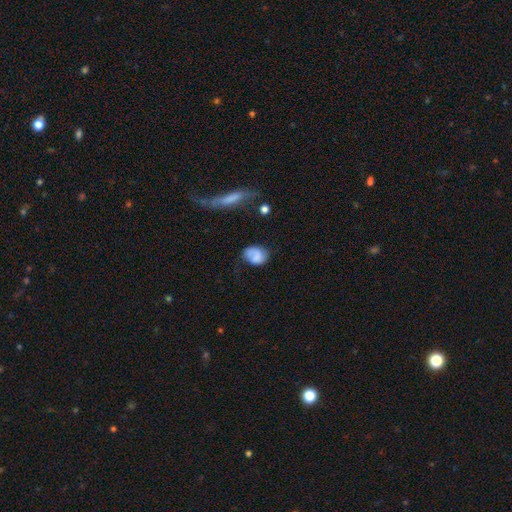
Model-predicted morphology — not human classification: Smooth or featured: smooth — 70% (featured or disk — 22%)
How rounded: in between — 55% (round — 43%)
Merging: none — 57% (minor disturbance — 28%)